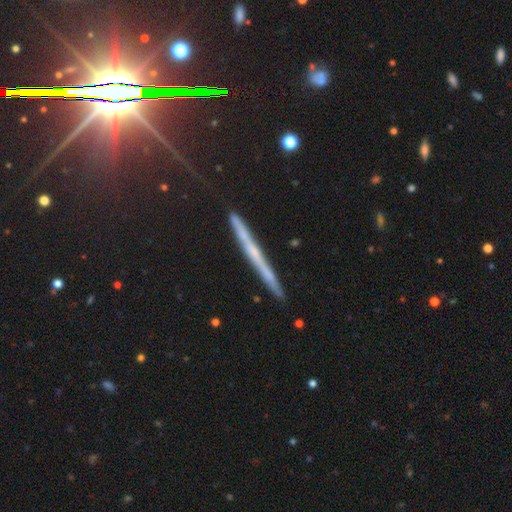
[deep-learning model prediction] This is possibly a featured or disk galaxy (57%). It is clearly viewed edge-on (92%). Edge-on bulge: possibly none (56%). Merging: likely none (79%).